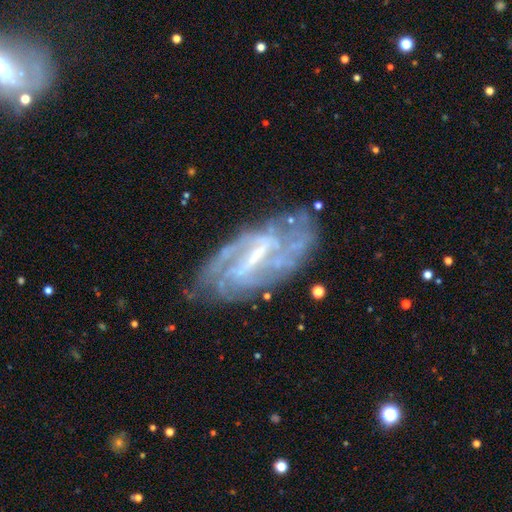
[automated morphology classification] Q: Smooth or featured?
A: featured or disk (86%); runner-up: smooth (8%)
Q: Edge-on disk?
A: no (93%); runner-up: yes (7%)
Q: Bar?
A: strong (53%); runner-up: weak (37%)
Q: Spiral arms?
A: yes (90%); runner-up: no (10%)
Q: Spiral winding?
A: tight (48%); runner-up: medium (37%)
Q: Spiral arm count?
A: can't tell (39%); runner-up: 2 (32%)
Q: Bulge size?
A: small (58%); runner-up: moderate (24%)
Q: Merging?
A: none (72%); runner-up: minor disturbance (18%)